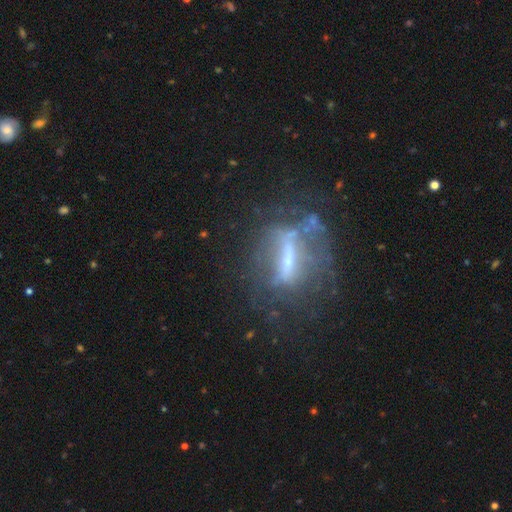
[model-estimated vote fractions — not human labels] Morphology: type=featured or disk (65%); edge-on=no (60%); merging=none (60%).